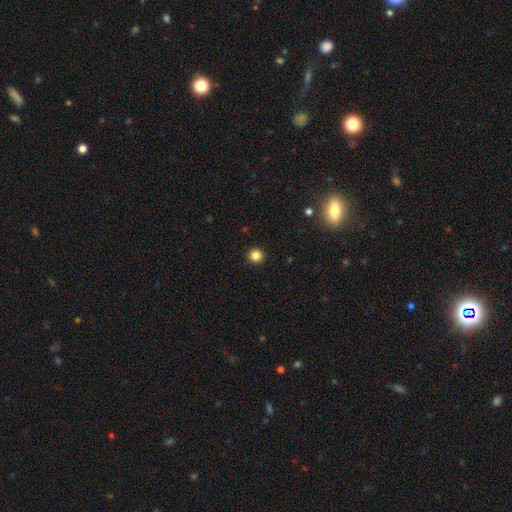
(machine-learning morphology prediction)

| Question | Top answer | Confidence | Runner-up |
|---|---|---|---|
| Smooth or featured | smooth | 84% | star or artifact (12%) |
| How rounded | round | 94% | in between (5%) |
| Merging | none | 93% | minor disturbance (4%) |